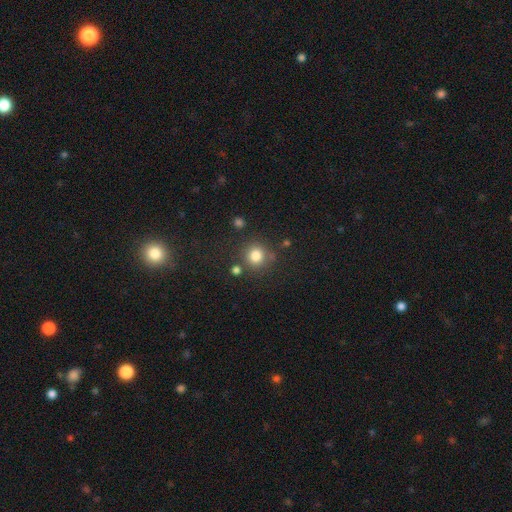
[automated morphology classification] smooth-or-featured: smooth: 81% | star or artifact: 13% | featured or disk: 6%
  how-rounded: round: 92% | in between: 7% | cigar-shaped: 1%
  merging: none: 79% | minor disturbance: 10% | merger: 8% | major disturbance: 4%